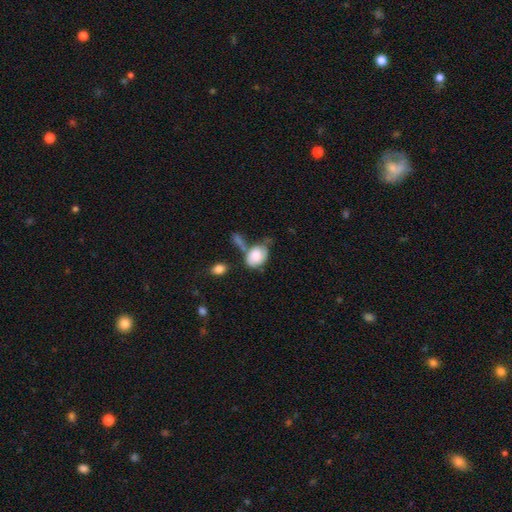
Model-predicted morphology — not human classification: Smooth or featured: smooth — 78% (featured or disk — 16%)
How rounded: in between — 78% (round — 21%)
Merging: none — 34% (minor disturbance — 27%)